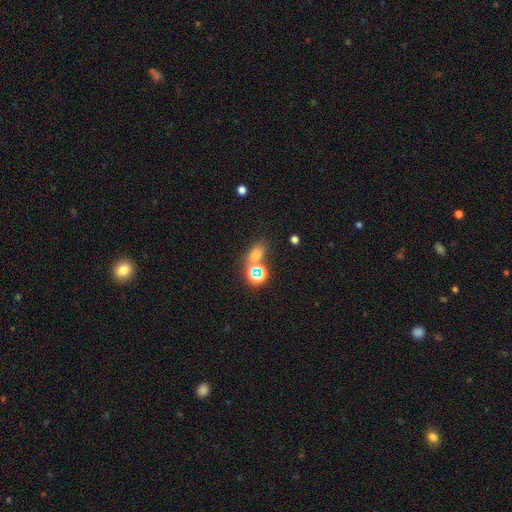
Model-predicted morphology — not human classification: A smooth galaxy with no disk features (56%) that is in between round and cigar-shaped (56%).

Vote fractions:
- Smooth or featured? smooth: 56% / star or artifact: 35% / featured or disk: 9%
- How rounded? in between: 56% / round: 42% / cigar-shaped: 2%
- Merging? none: 62% / merger: 22% / minor disturbance: 11% / major disturbance: 5%